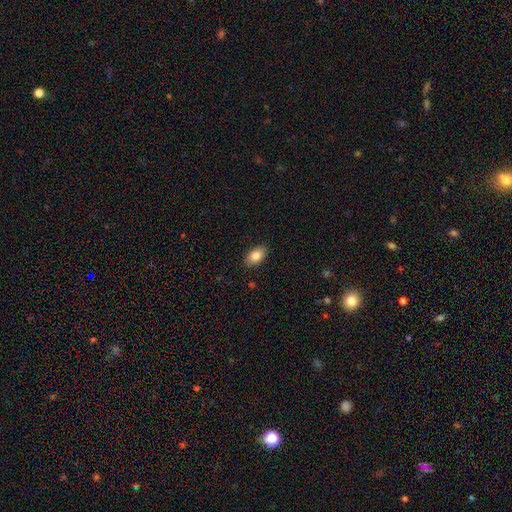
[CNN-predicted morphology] Q: Smooth or featured?
A: smooth (84%); runner-up: featured or disk (9%)
Q: How rounded?
A: in between (91%); runner-up: round (7%)
Q: Merging?
A: none (86%); runner-up: minor disturbance (11%)